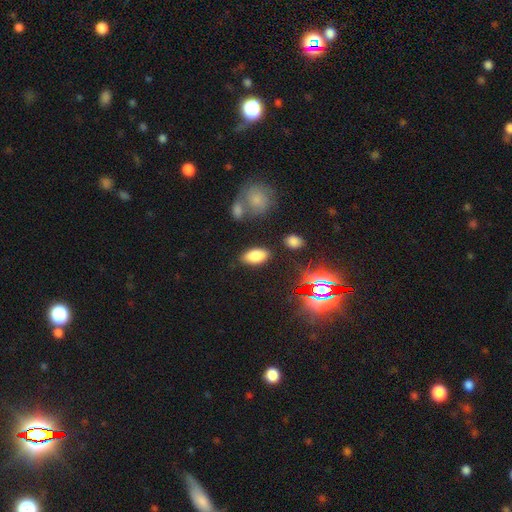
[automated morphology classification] A smooth galaxy with no disk features (79%) that is in between round and cigar-shaped (93%). Merging: none (82%).